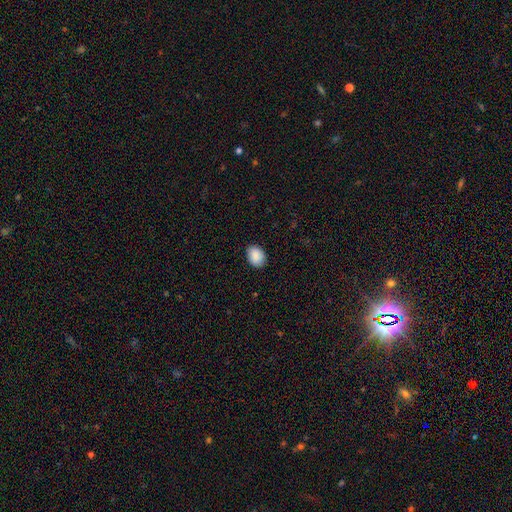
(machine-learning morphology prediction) The model was most divided on "how rounded": in between: 73%, round: 26%, cigar-shaped: 1%. More confident: smooth or featured — smooth (90%); merging — none (87%).